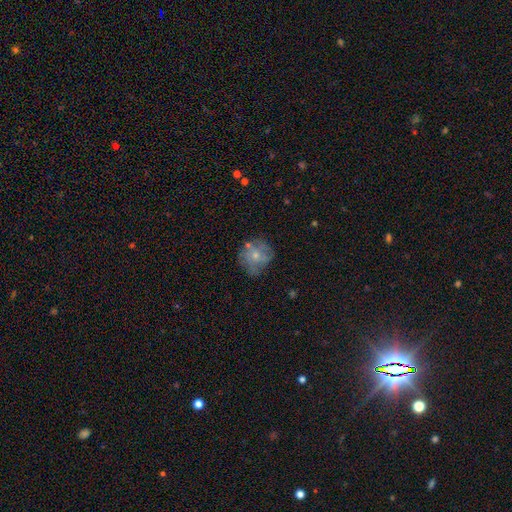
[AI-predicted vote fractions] Smooth or featured? Predicted: smooth (p=0.45, tied with featured or disk). Merging? Predicted: none (p=0.62).